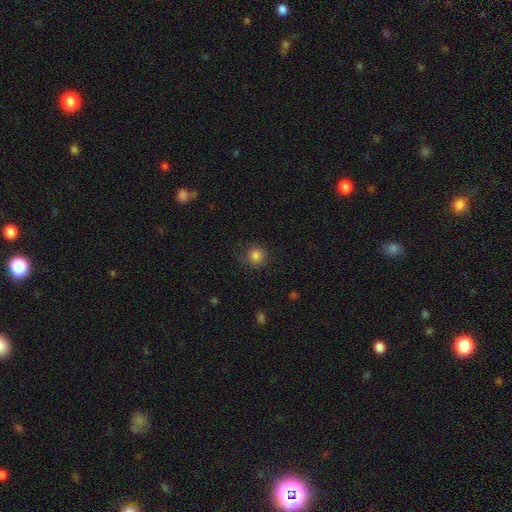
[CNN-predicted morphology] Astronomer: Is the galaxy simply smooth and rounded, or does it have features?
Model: smooth — 84%.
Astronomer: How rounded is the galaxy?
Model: round — 91%.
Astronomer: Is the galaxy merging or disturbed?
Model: none — 85%.